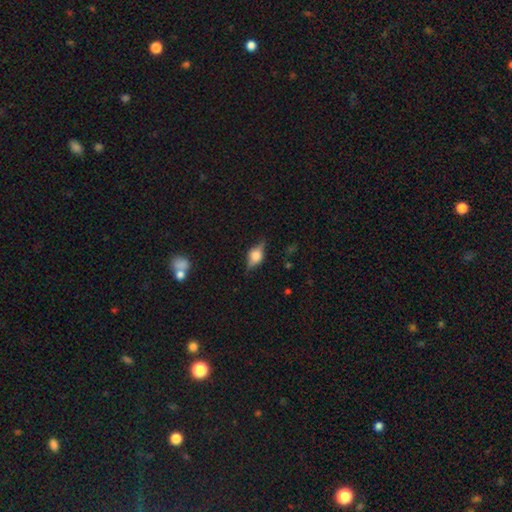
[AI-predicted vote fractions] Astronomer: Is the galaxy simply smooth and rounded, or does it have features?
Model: featured or disk — 58%.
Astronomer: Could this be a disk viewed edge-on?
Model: yes — 92%.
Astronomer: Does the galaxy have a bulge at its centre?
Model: rounded — 89%.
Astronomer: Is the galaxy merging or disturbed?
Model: none — 79%.